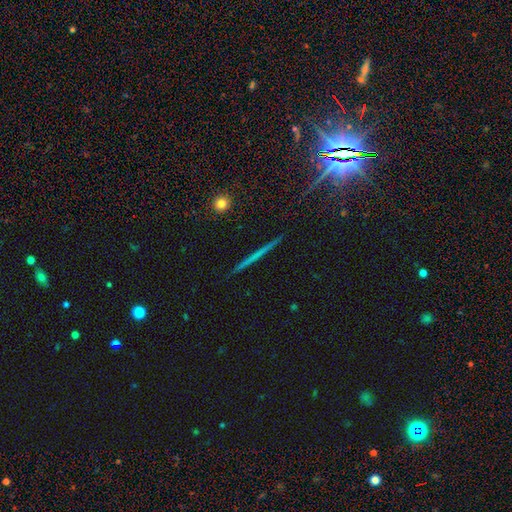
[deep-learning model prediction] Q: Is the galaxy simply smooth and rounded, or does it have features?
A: featured or disk — 52%.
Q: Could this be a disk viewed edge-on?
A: yes — 97%.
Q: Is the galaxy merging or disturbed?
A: none — 92%.